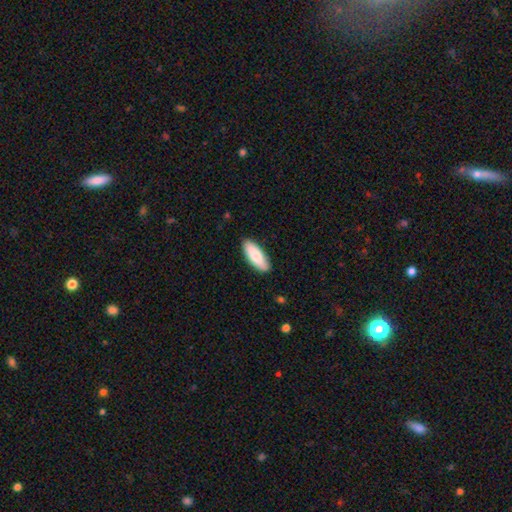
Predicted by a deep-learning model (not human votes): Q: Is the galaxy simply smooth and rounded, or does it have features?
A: smooth — 80%.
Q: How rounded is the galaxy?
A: in between — 73%.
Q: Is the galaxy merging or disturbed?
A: none — 89%.